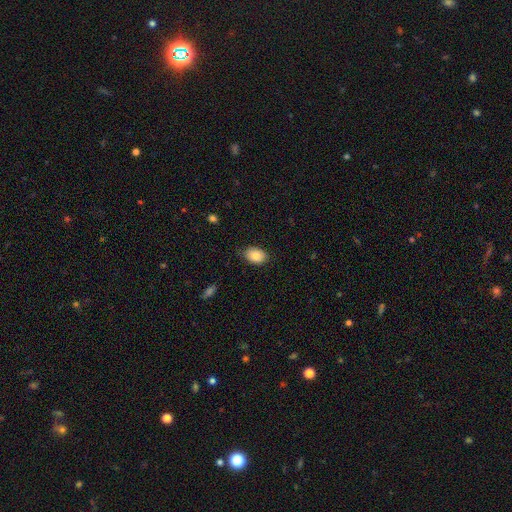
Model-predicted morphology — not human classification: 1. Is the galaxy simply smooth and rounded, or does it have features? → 85% smooth, 7% star or artifact, 7% featured or disk.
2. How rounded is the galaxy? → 85% in between, 14% round, 1% cigar-shaped.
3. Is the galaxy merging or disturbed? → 80% none, 16% minor disturbance, 3% major disturbance, 1% merger.